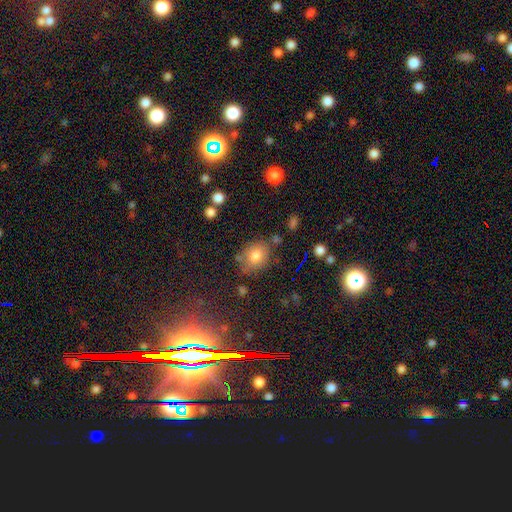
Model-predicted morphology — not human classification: Smooth or featured? Predicted: smooth (p=0.77). How rounded? Predicted: round (p=0.51). Merging? Predicted: none (p=0.72).